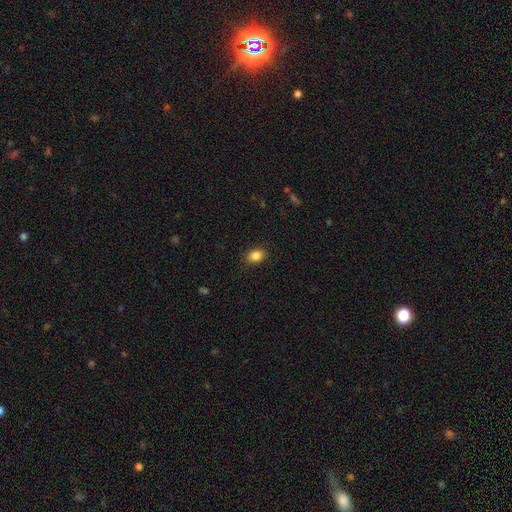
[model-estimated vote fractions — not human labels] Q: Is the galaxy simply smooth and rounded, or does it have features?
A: smooth — 86%.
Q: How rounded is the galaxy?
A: in between — 72%.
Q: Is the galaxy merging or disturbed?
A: none — 88%.